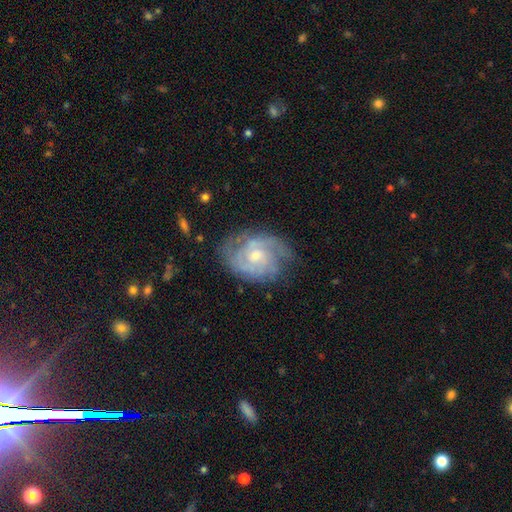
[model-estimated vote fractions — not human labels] A featured or disk galaxy (84%) with no bar (65%), 2 (35%) tight (61%) spiral arms (94%) and a small central bulge (49%).

Vote fractions:
- Smooth or featured? featured or disk: 84% / smooth: 10% / star or artifact: 6%
- Edge-on disk? no: 97% / yes: 3%
- Bar? no: 65% / weak: 31% / strong: 5%
- Spiral arms? yes: 94% / no: 6%
- Spiral winding? tight: 61% / medium: 31% / loose: 7%
- Spiral arm count? 2: 35% / can't tell: 29% / 3: 20% / 4: 7% / 1: 5% / more than 4: 4%
- Bulge size? small: 49% / moderate: 46% / large: 2% / none: 2% / dominant: 1%
- Merging? none: 71% / minor disturbance: 20% / major disturbance: 7% / merger: 2%